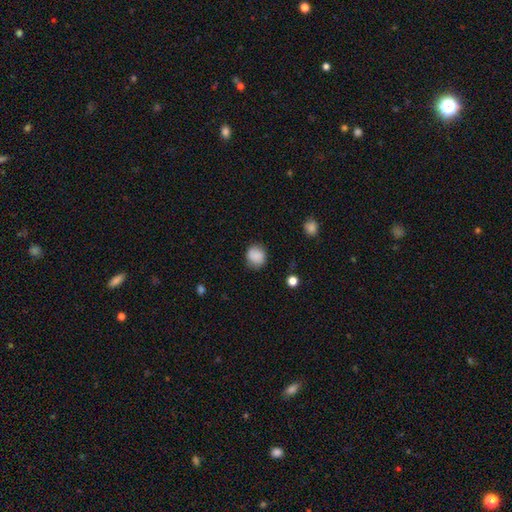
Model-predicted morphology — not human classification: A smooth galaxy with no disk features (87%) that is round (84%).

Vote fractions:
- Smooth or featured? smooth: 87% / star or artifact: 9% / featured or disk: 5%
- How rounded? round: 84% / in between: 15% / cigar-shaped: 1%
- Merging? none: 82% / minor disturbance: 13% / major disturbance: 4% / merger: 1%